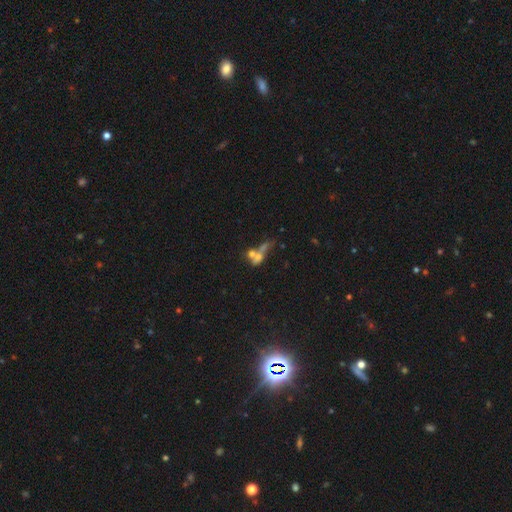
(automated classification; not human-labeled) smooth 48%, featured or disk 36%, star or artifact 17%. Down the decision tree: merging — merger (61%).